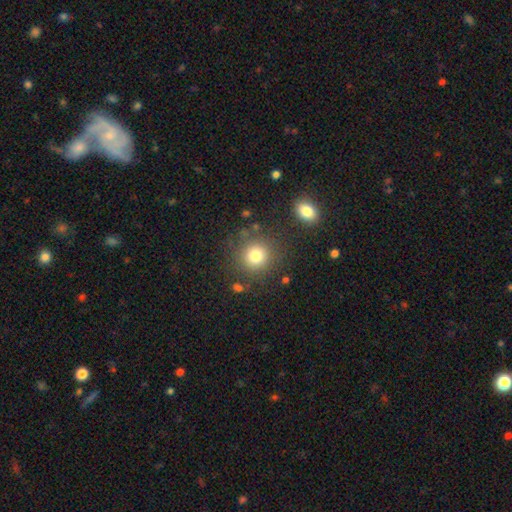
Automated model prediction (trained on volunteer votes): smooth-or-featured: smooth: 78% | star or artifact: 13% | featured or disk: 9%
  how-rounded: round: 91% | in between: 8% | cigar-shaped: 1%
  merging: none: 82% | minor disturbance: 9% | major disturbance: 5% | merger: 4%